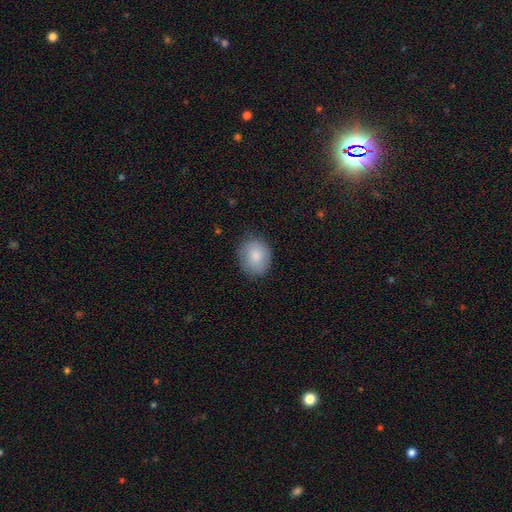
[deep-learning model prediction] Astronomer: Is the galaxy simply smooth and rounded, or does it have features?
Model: smooth — 82%.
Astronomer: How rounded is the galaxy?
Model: round — 74%.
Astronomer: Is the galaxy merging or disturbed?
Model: none — 81%.